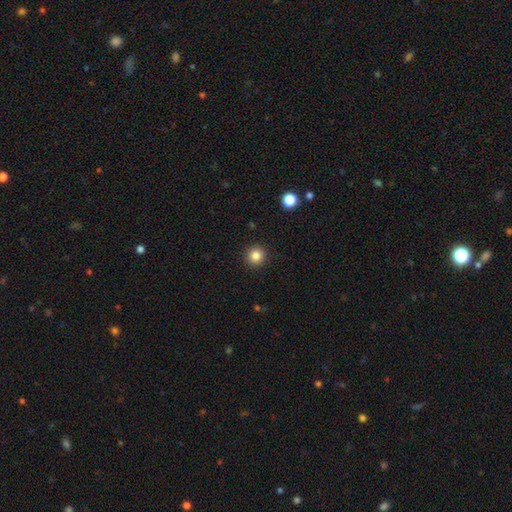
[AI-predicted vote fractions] Q: Smooth or featured?
A: smooth (84%); runner-up: star or artifact (11%)
Q: How rounded?
A: round (94%); runner-up: in between (5%)
Q: Merging?
A: none (92%); runner-up: minor disturbance (5%)